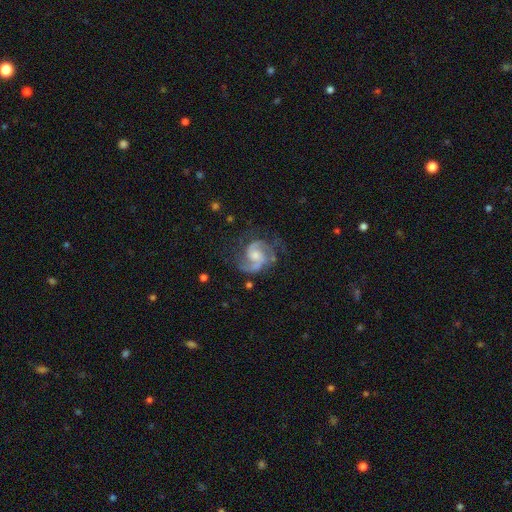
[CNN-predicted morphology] Smooth or featured? Predicted: featured or disk (p=0.88). Edge-on disk? Predicted: no (p=0.98). Bar? Predicted: no (p=0.52). Spiral arms? Predicted: yes (p=0.97). Spiral winding? Predicted: medium (p=0.58). Spiral arm count? Predicted: 2 (p=0.89). Bulge size? Predicted: moderate (p=0.44). Merging? Predicted: none (p=0.68).